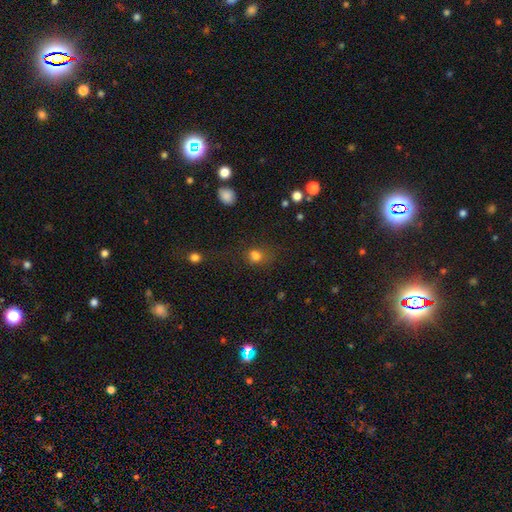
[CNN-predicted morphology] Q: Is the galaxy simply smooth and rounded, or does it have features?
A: smooth — 78%.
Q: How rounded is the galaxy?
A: round — 68%.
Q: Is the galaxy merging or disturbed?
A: none — 57%.